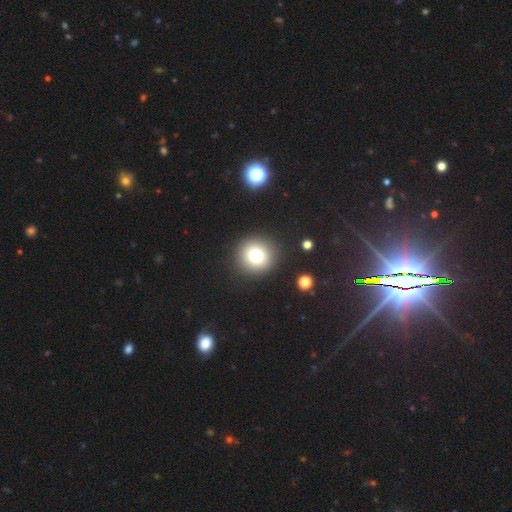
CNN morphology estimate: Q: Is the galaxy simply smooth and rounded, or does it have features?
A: smooth — 76%.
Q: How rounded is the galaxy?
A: round — 94%.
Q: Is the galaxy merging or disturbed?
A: none — 90%.